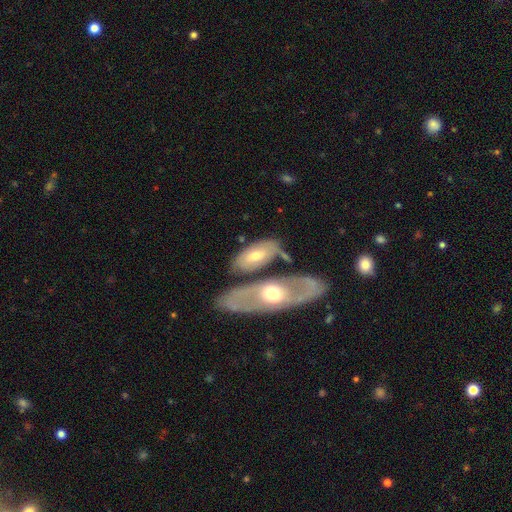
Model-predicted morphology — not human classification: Smooth or featured: featured or disk — 49% (smooth — 46%)
Merging: none — 62% (merger — 20%)